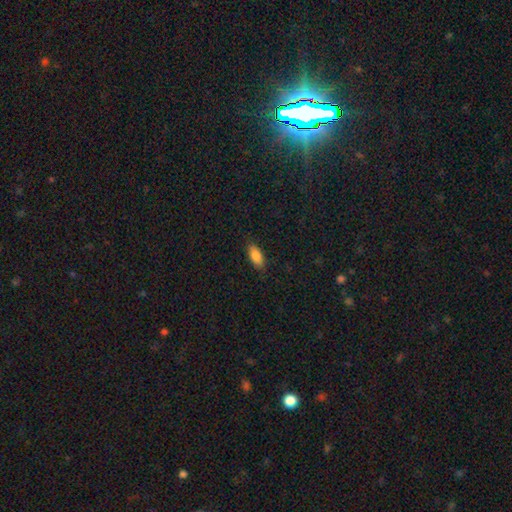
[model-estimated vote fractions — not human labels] Morphology: type=smooth (85%); roundness=in between (82%); merging=none (85%).